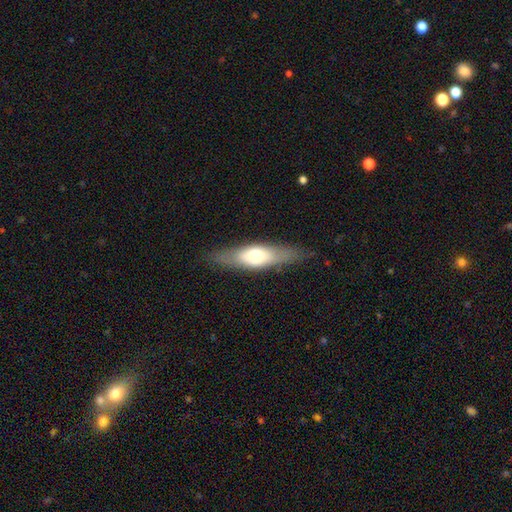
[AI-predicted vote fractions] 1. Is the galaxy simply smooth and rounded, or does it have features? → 50% smooth, 43% featured or disk, 6% star or artifact.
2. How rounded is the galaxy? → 56% cigar-shaped, 41% in between, 3% round.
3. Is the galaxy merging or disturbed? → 83% none, 12% minor disturbance, 4% major disturbance, 1% merger.